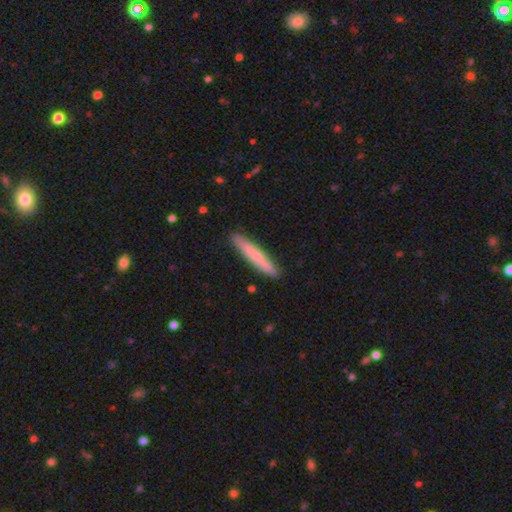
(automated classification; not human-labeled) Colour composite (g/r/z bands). It shows a smooth galaxy with no disk features (67%) that is cigar-shaped (95%). Merging: none (90%).